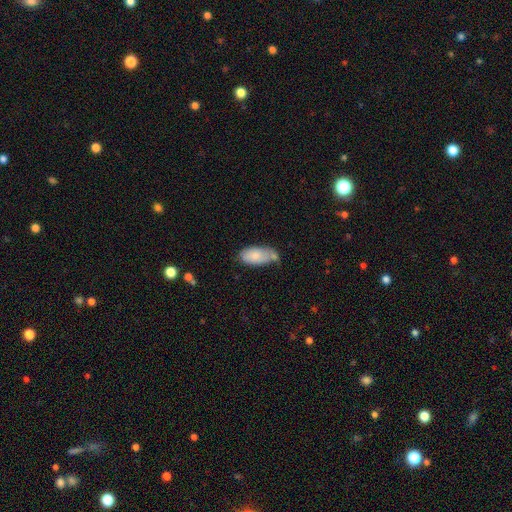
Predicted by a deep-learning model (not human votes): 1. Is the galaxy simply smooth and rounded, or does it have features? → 79% smooth, 14% featured or disk, 7% star or artifact.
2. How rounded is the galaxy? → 91% in between, 6% cigar-shaped, 2% round.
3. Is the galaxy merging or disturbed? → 43% none, 29% minor disturbance, 19% merger, 9% major disturbance.